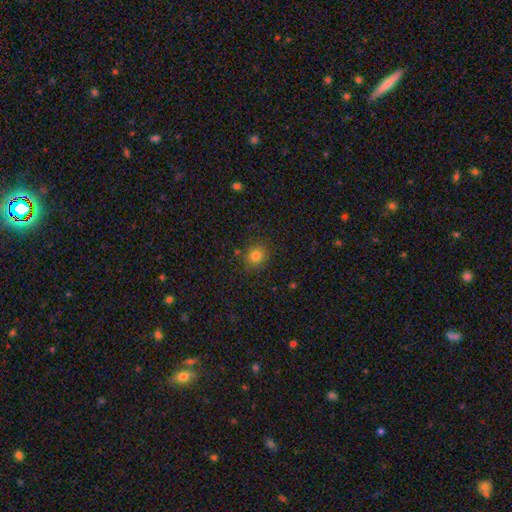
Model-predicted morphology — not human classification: Q: Smooth or featured?
A: smooth (80%); runner-up: star or artifact (13%)
Q: How rounded?
A: round (72%); runner-up: in between (28%)
Q: Merging?
A: none (82%); runner-up: minor disturbance (12%)